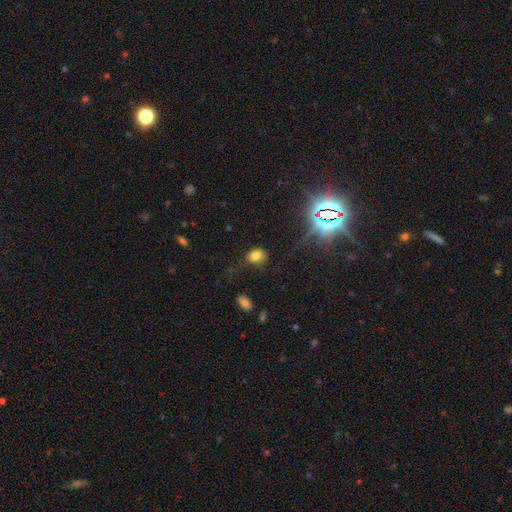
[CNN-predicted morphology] Smooth or featured?
  - smooth: 78% *
  - star or artifact: 15%
  - featured or disk: 7%
How rounded?
  - round: 58% *
  - in between: 41%
  - cigar-shaped: 1%
Merging?
  - none: 63% *
  - minor disturbance: 23%
  - major disturbance: 11%
  - merger: 3%